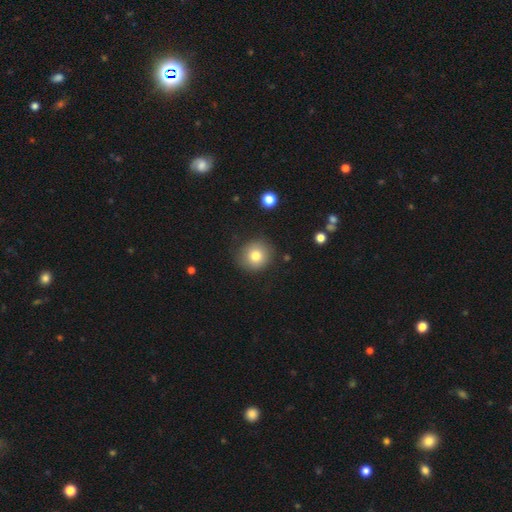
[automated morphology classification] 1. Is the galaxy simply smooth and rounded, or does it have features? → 79% smooth, 11% star or artifact, 11% featured or disk.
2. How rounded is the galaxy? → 90% round, 9% in between, 1% cigar-shaped.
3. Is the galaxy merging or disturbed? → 86% none, 10% minor disturbance, 3% major disturbance, 2% merger.